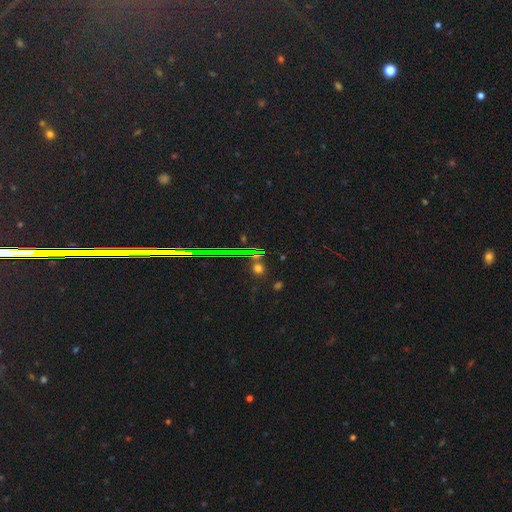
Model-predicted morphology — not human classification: Smooth or featured?
  - star or artifact: 60% *
  - smooth: 30%
  - featured or disk: 10%